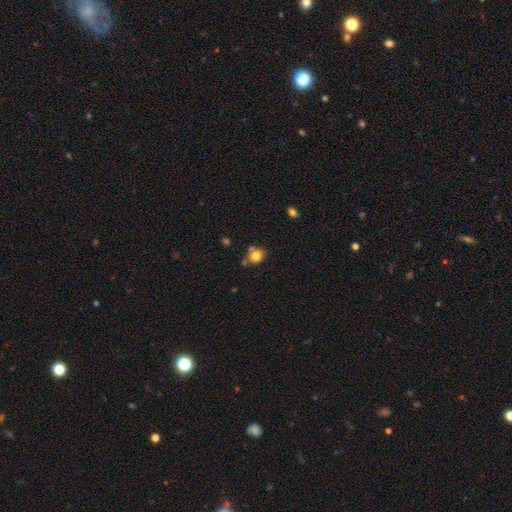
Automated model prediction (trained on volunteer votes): Smooth or featured?
  - smooth: 78% *
  - star or artifact: 11%
  - featured or disk: 10%
How rounded?
  - round: 72% *
  - in between: 27%
  - cigar-shaped: 1%
Merging?
  - none: 57% *
  - merger: 21%
  - minor disturbance: 17%
  - major disturbance: 5%